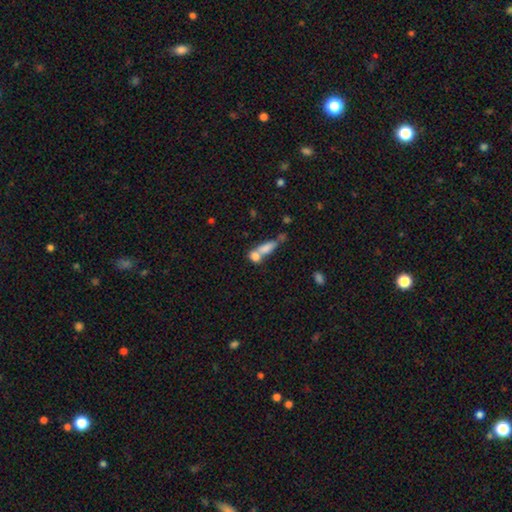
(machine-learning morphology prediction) type=smooth (73%); roundness=in between (63%); merging=merger (63%).